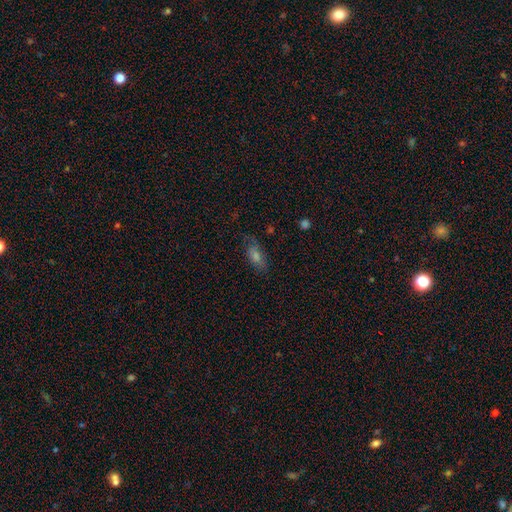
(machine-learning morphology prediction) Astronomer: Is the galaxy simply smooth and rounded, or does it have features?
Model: smooth — 52% (runner-up: featured or disk, 30%).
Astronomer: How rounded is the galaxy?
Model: in between — 78%.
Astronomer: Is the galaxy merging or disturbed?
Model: none — 71%.